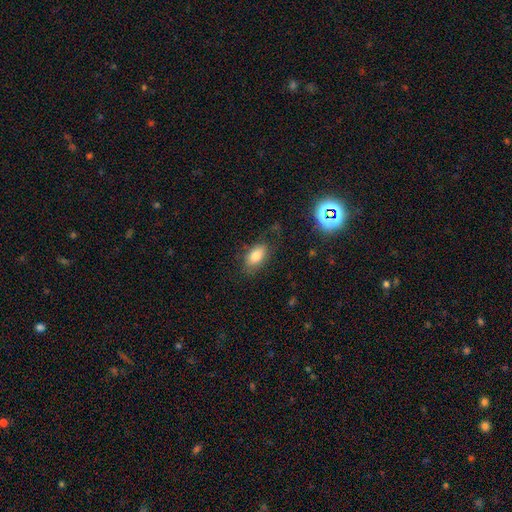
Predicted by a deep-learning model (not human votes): A smooth galaxy with no disk features (80%) that is in between round and cigar-shaped (90%). Merging: none (77%).